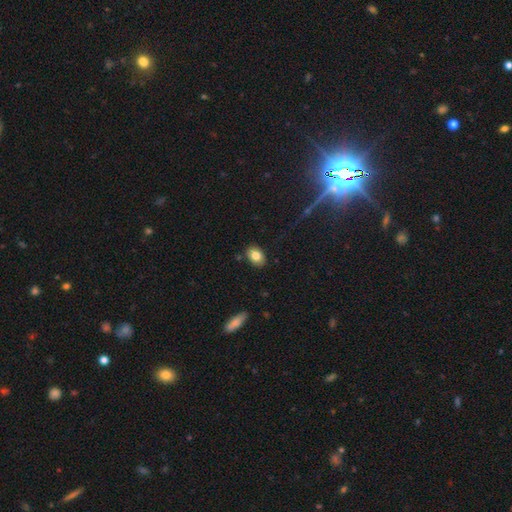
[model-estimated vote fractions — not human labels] Overall: smooth (80%). How rounded: in between (80%). Merging: none (86%).